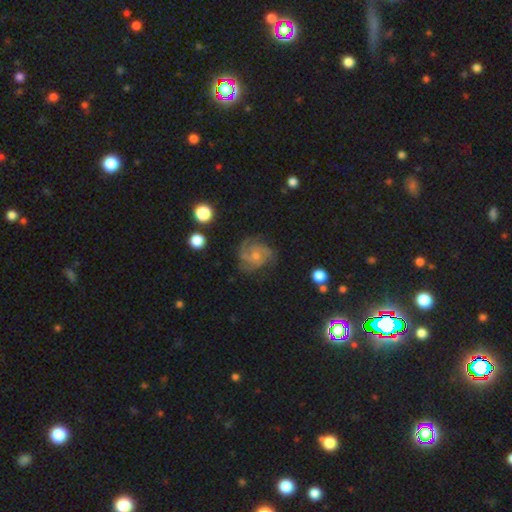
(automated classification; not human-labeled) Smooth or featured? Predicted: featured or disk (p=0.75). Edge-on disk? Predicted: no (p=0.98). Bar? Predicted: no (p=0.69). Spiral arms? Predicted: yes (p=0.95). Spiral winding? Predicted: medium (p=0.46). Spiral arm count? Predicted: 3 (p=0.44). Bulge size? Predicted: small (p=0.58). Merging? Predicted: none (p=0.73).